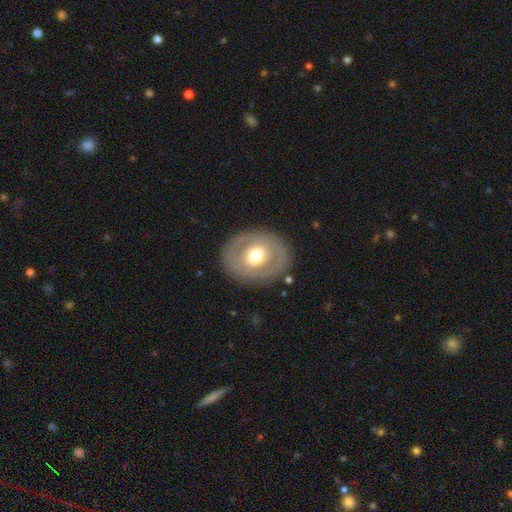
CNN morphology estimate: Smooth or featured? Predicted: featured or disk (p=0.52). Edge-on disk? Predicted: no (p=0.94). Merging? Predicted: none (p=0.83).